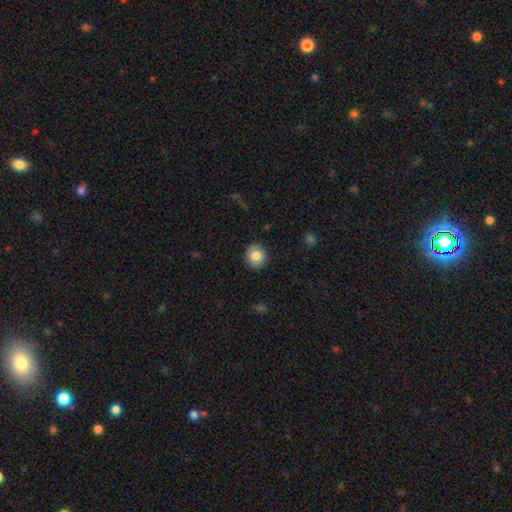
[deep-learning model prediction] Smooth or featured?
  - smooth: 81% *
  - featured or disk: 10%
  - star or artifact: 8%
How rounded?
  - round: 81% *
  - in between: 18%
  - cigar-shaped: 1%
Merging?
  - none: 88% *
  - minor disturbance: 9%
  - major disturbance: 2%
  - merger: 1%